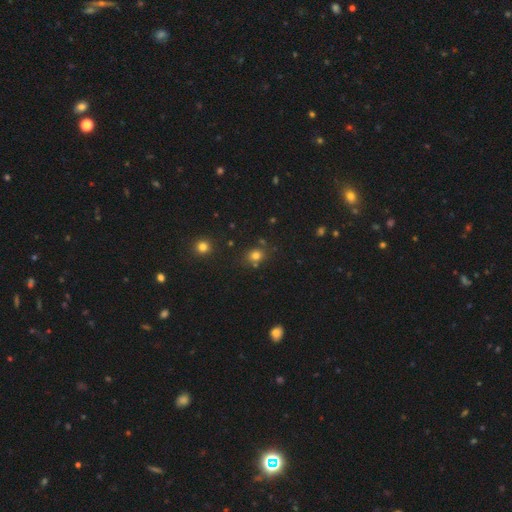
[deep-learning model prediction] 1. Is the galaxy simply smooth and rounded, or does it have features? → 75% smooth, 17% star or artifact, 7% featured or disk.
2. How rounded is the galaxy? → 69% round, 30% in between, 1% cigar-shaped.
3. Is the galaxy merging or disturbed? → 73% none, 13% minor disturbance, 10% merger, 4% major disturbance.